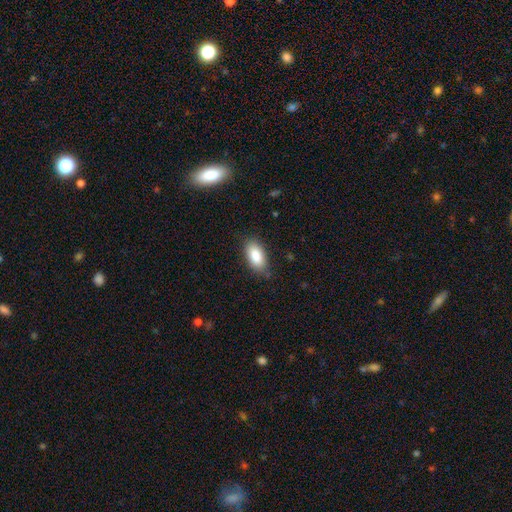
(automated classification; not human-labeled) A smooth galaxy with no disk features (87%) that is in between round and cigar-shaped (92%).

Vote fractions:
- Smooth or featured? smooth: 87% / star or artifact: 7% / featured or disk: 6%
- How rounded? in between: 92% / cigar-shaped: 5% / round: 3%
- Merging? none: 81% / minor disturbance: 15% / major disturbance: 3% / merger: 1%